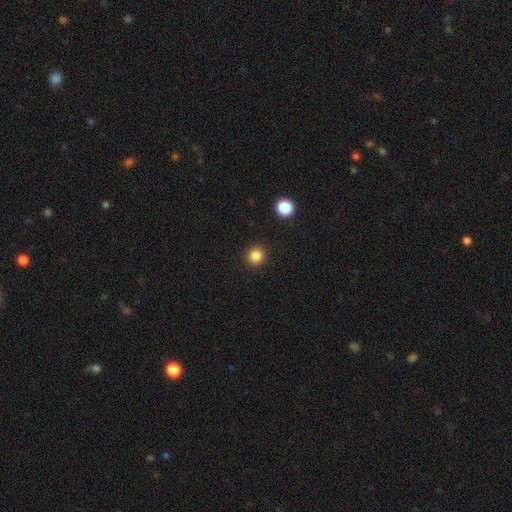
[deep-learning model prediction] Smooth or featured: smooth — 83% (star or artifact — 13%)
How rounded: round — 93% (in between — 6%)
Merging: none — 92% (minor disturbance — 5%)